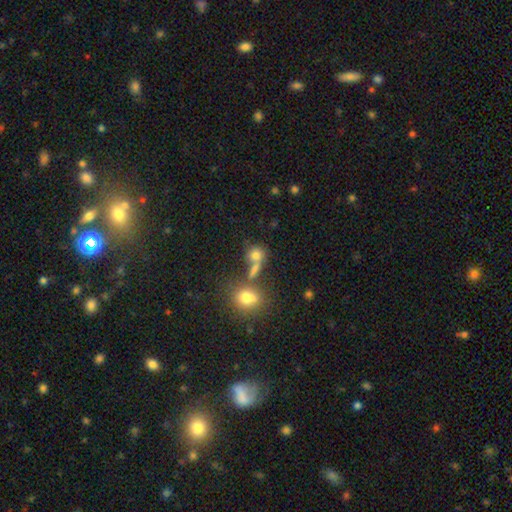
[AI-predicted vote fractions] A smooth galaxy with no disk features (75%) that is round (69%). Merging: none (46%).